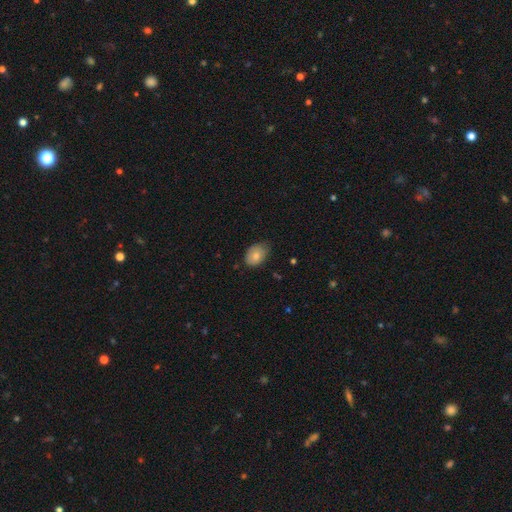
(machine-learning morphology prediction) smooth_or_featured: smooth (p=0.81) [alt: featured or disk p=0.12]
how_rounded: in between (p=0.78) [alt: round p=0.21]
merging: none (p=0.64) [alt: minor disturbance p=0.30]